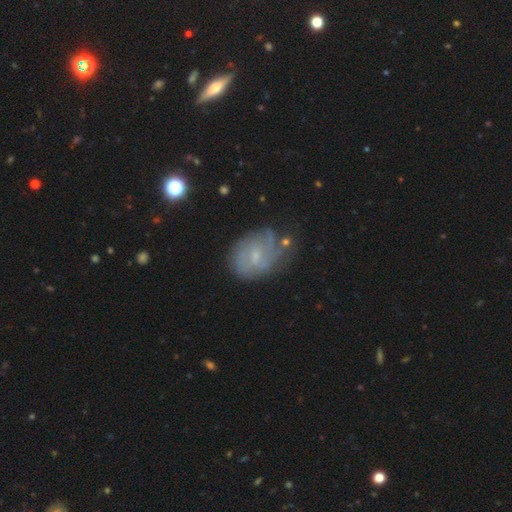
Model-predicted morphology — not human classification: This appears to be a featured or disk galaxy (61%) with no bar (49%), spiral arms (79%) and a small central bulge (63%). Merging: none (61%).